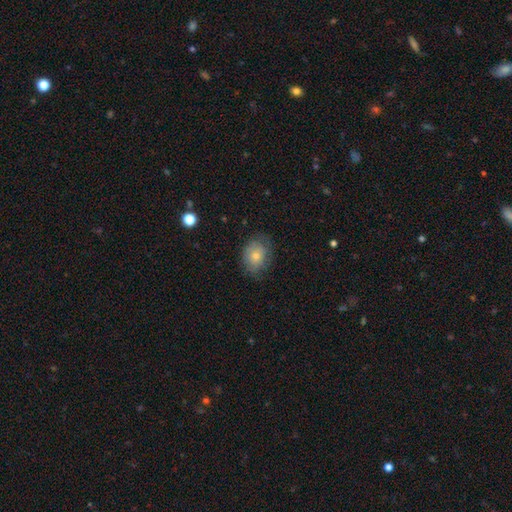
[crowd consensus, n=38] Smooth or featured?
  - smooth: 79% *
  - featured or disk: 16%
  - star or artifact: 5%
How rounded?
  - in between: 80% *
  - round: 20%
  - cigar-shaped: 0%
Merging?
  - none: 61% *
  - minor disturbance: 28%
  - major disturbance: 8%
  - merger: 3%